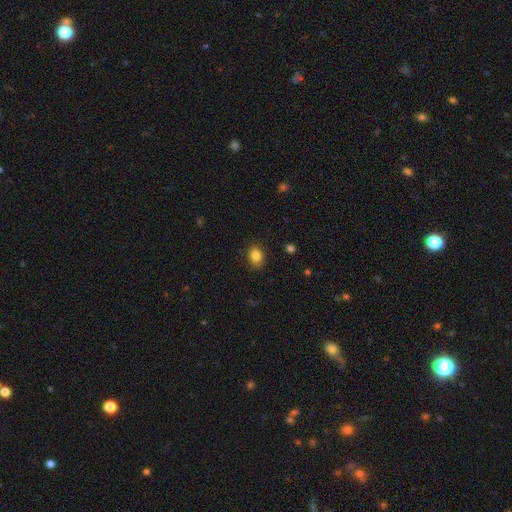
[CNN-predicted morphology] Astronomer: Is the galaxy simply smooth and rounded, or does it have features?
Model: smooth — 85%.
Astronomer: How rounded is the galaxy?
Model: in between — 67%.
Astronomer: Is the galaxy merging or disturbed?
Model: none — 87%.